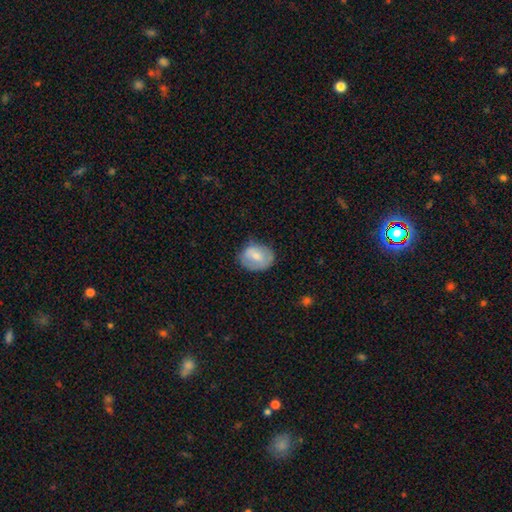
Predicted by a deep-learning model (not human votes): Smooth or featured? Predicted: smooth (p=0.66). How rounded? Predicted: in between (p=0.52). Merging? Predicted: none (p=0.60).